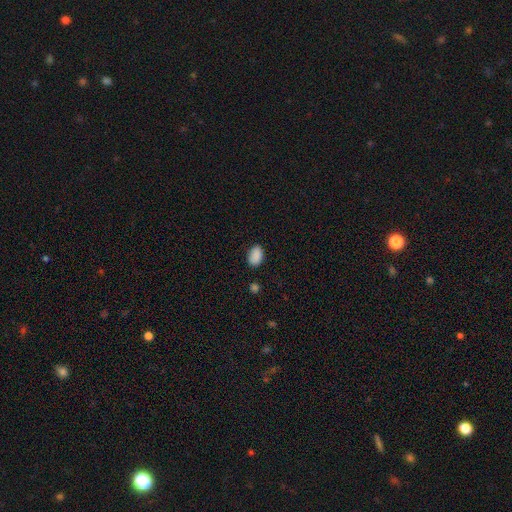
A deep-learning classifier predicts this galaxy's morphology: The model was most divided on "merging": none: 85%, minor disturbance: 11%, major disturbance: 3%, merger: 2%. More confident: how rounded — in between (90%); smooth or featured — smooth (89%).